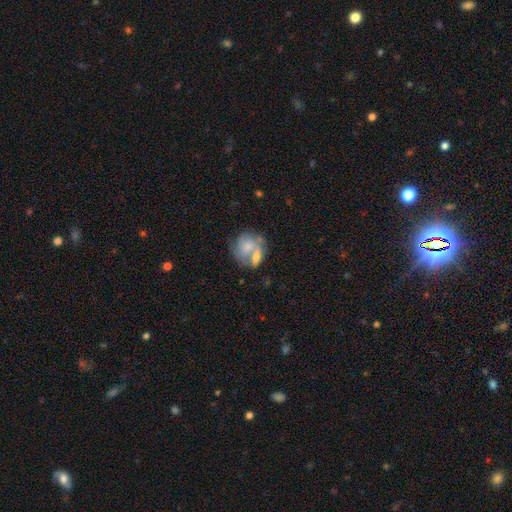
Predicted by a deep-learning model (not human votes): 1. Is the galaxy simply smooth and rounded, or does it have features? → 51% featured or disk, 41% smooth, 8% star or artifact.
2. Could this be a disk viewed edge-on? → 96% no, 4% yes.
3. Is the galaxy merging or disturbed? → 49% merger, 30% none, 13% minor disturbance, 8% major disturbance.